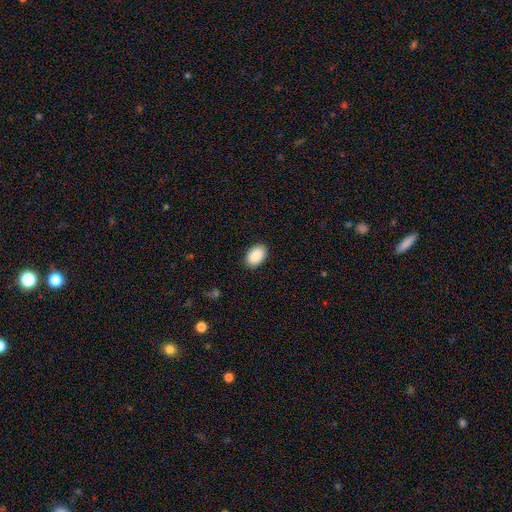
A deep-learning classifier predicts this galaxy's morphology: Smooth or featured? smooth (90%)
How rounded? in between (90%)
Merging? none (89%)